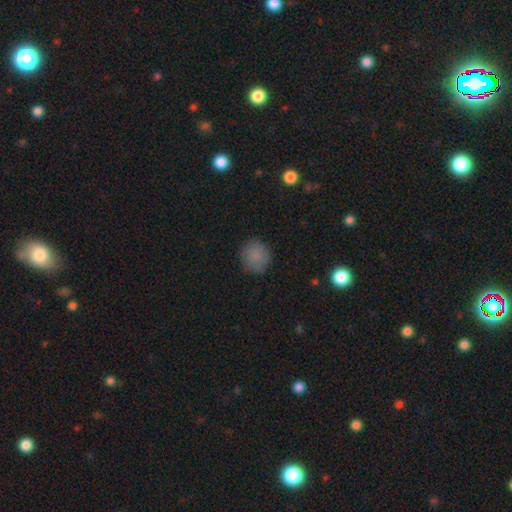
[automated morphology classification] type=smooth (84%); roundness=round (91%); merging=none (84%).